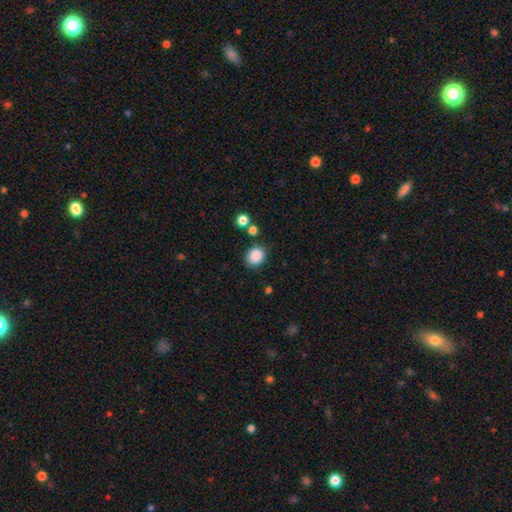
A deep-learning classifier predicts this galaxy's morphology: This is clearly a smooth galaxy (86%). How rounded: likely round (69%). Merging: likely none (80%).